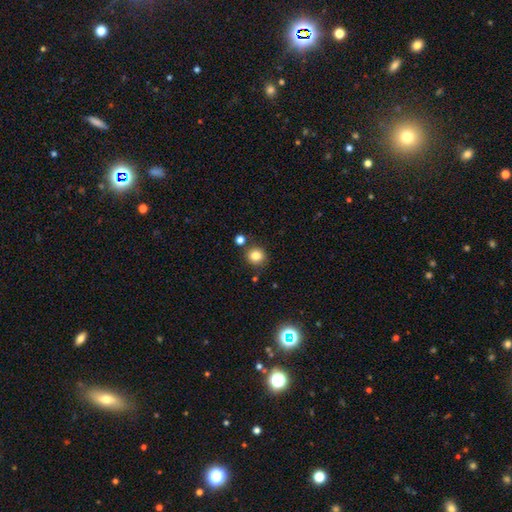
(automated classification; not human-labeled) Smooth or featured? Predicted: smooth (p=0.82). How rounded? Predicted: round (p=0.87). Merging? Predicted: none (p=0.81).